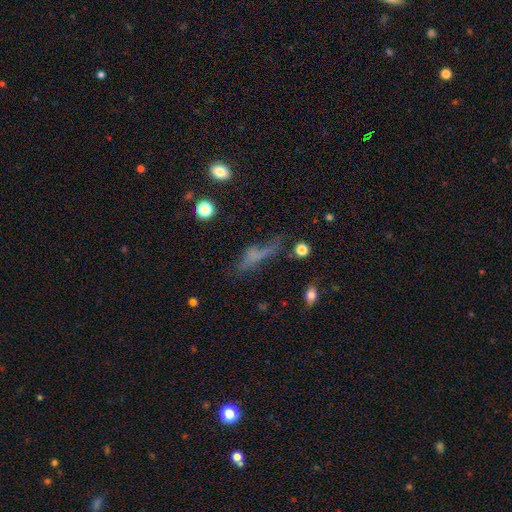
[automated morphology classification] smooth-or-featured: smooth: 48% | featured or disk: 33% | star or artifact: 19%
  merging: none: 43% | major disturbance: 26% | minor disturbance: 24% | merger: 7%